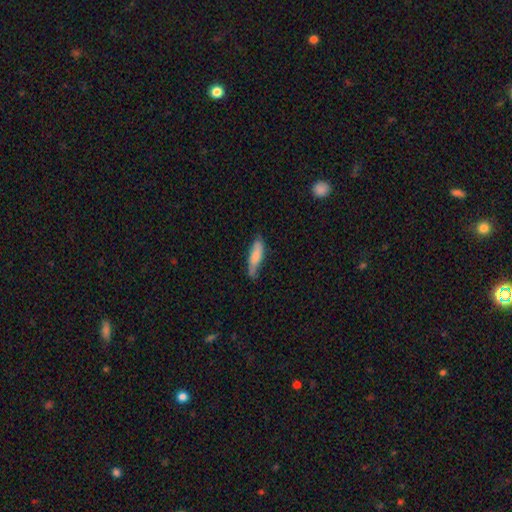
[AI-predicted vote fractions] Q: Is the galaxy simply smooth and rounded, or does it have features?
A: smooth — 74%.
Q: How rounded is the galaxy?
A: cigar-shaped — 66%.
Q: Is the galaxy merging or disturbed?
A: none — 66%.